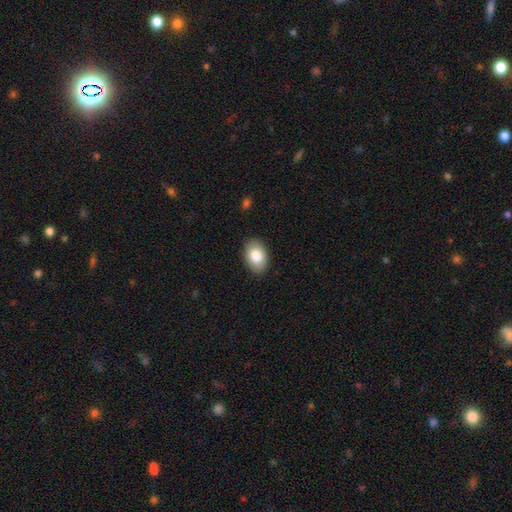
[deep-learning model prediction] smooth_or_featured: smooth (p=0.84) [alt: featured or disk p=0.10]
how_rounded: in between (p=0.86) [alt: round p=0.13]
merging: none (p=0.88) [alt: minor disturbance p=0.09]